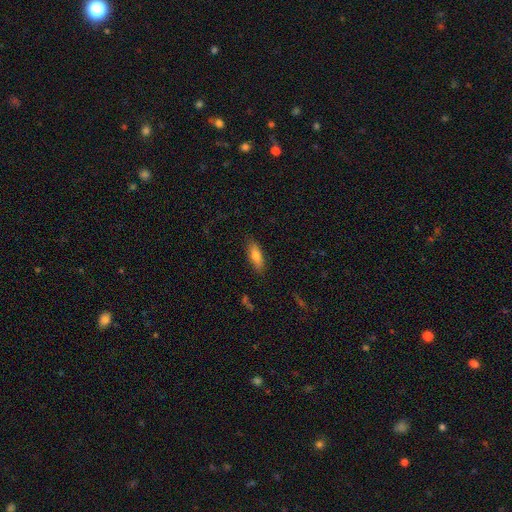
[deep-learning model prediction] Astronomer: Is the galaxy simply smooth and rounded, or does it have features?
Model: smooth — 75%.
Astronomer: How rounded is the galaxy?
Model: in between — 56% (runner-up: cigar-shaped, 41%).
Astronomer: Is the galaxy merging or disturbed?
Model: none — 85%.